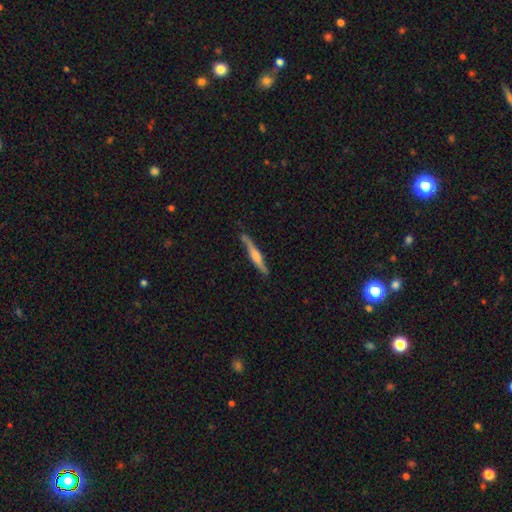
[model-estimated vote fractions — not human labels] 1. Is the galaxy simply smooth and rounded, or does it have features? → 72% featured or disk, 22% smooth, 6% star or artifact.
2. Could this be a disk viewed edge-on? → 97% yes, 3% no.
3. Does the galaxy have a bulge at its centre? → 75% rounded, 14% boxy, 11% none.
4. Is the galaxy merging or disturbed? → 86% none, 11% minor disturbance, 2% major disturbance, 2% merger.